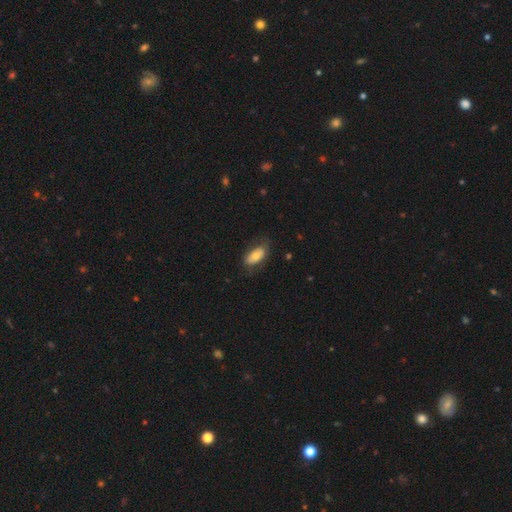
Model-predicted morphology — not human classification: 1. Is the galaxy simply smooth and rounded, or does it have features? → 67% smooth, 26% featured or disk, 7% star or artifact.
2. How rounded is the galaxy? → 91% in between, 5% cigar-shaped, 4% round.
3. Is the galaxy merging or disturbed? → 66% none, 22% minor disturbance, 10% major disturbance, 1% merger.